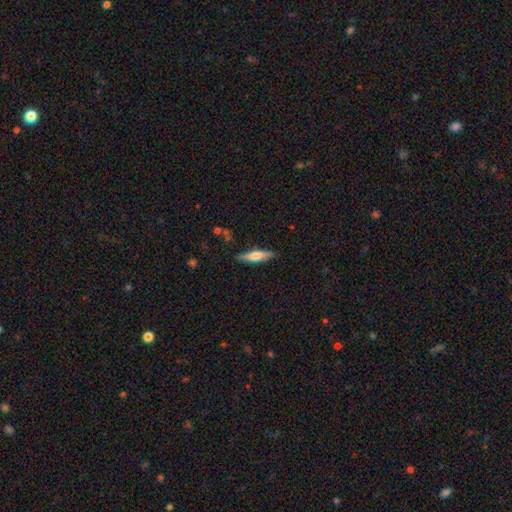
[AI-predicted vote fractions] Q: Smooth or featured?
A: smooth (53%); runner-up: featured or disk (41%)
Q: How rounded?
A: cigar-shaped (76%); runner-up: in between (22%)
Q: Merging?
A: none (86%); runner-up: minor disturbance (10%)